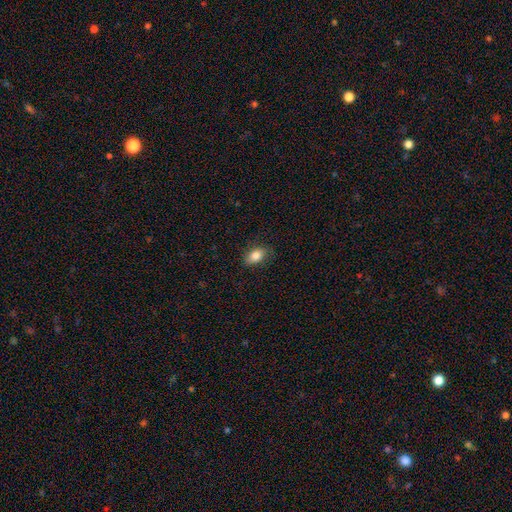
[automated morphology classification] A smooth galaxy with no disk features (83%) that is in between round and cigar-shaped (87%). Merging: none (82%).